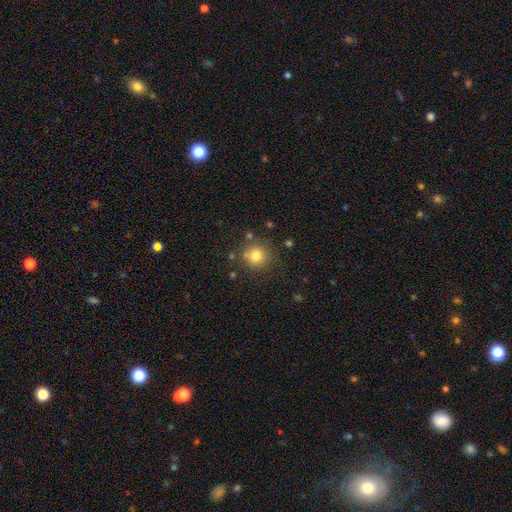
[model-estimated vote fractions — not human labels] Q: Smooth or featured?
A: smooth (79%); runner-up: star or artifact (13%)
Q: How rounded?
A: round (93%); runner-up: in between (6%)
Q: Merging?
A: none (80%); runner-up: minor disturbance (10%)